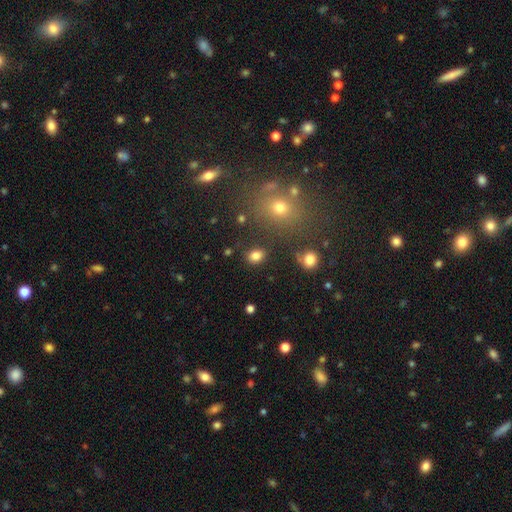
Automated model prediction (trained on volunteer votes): A smooth galaxy with no disk features (82%) that is in between round and cigar-shaped (61%). Merging: none (84%).